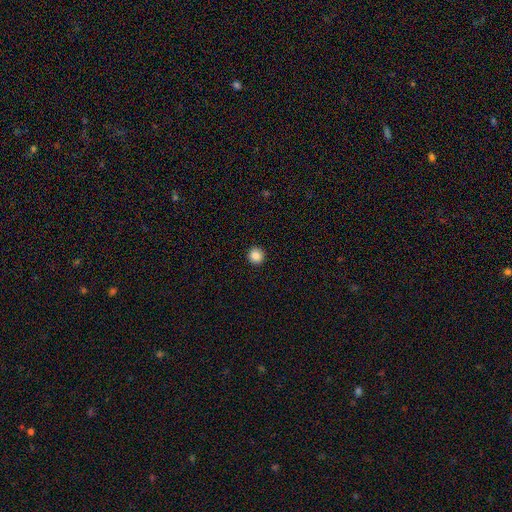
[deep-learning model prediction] Smooth or featured? smooth (87%)
How rounded? round (94%)
Merging? none (93%)